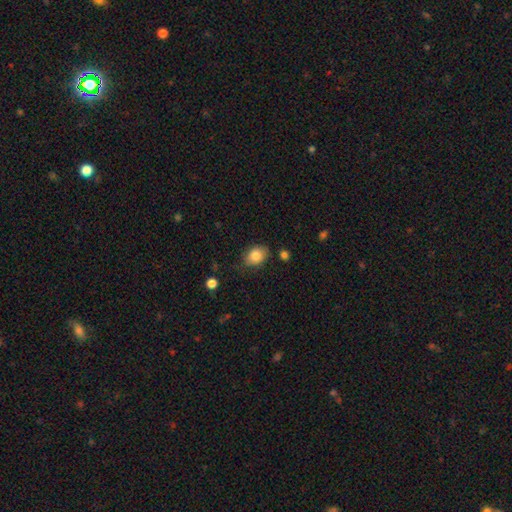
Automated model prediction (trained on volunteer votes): A smooth galaxy with no disk features (85%) that is in between round and cigar-shaped (70%). Merging: none (74%).